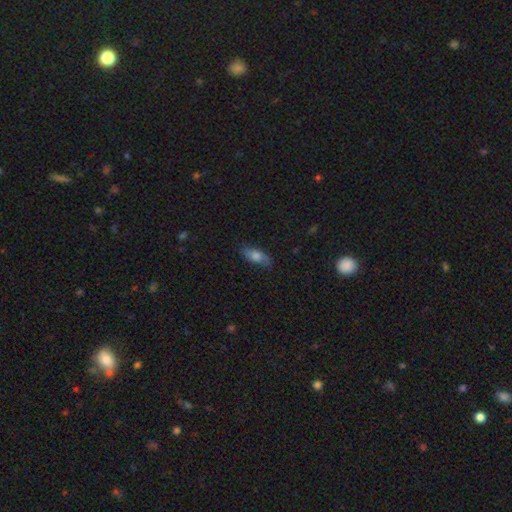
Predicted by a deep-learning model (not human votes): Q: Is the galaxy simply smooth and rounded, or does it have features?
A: smooth — 60%.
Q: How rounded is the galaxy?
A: in between — 74%.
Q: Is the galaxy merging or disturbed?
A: none — 75%.